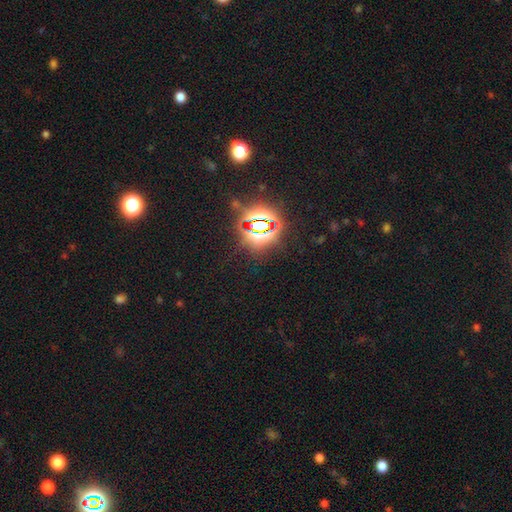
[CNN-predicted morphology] smooth-or-featured: star or artifact: 81% | smooth: 12% | featured or disk: 8%